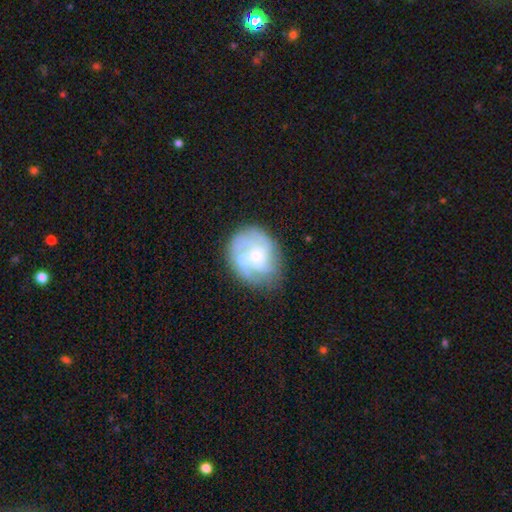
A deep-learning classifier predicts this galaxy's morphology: smooth-or-featured: featured or disk: 65% | smooth: 28% | star or artifact: 7%
  disk-edge-on: no: 98% | yes: 2%
    bar: no: 76% | weak: 21% | strong: 3%
    has-spiral-arms: yes: 72% | no: 28%
    bulge-size: small: 45% | moderate: 39% | none: 8% | large: 6% | dominant: 2%
  merging: none: 55% | minor disturbance: 20% | major disturbance: 12% | merger: 12%